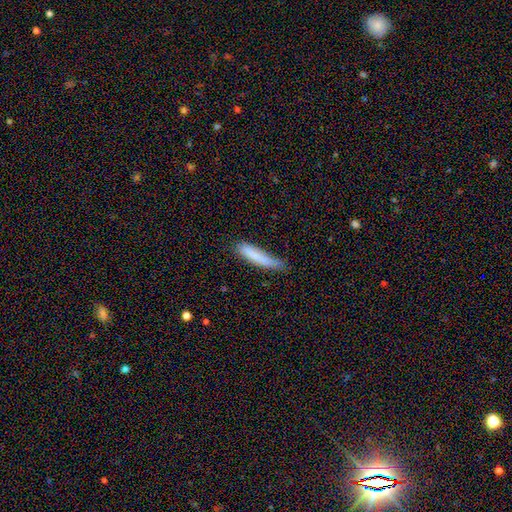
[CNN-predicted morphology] This is clearly a smooth galaxy (81%). How rounded: clearly cigar-shaped (87%). Merging: possibly none (58%).